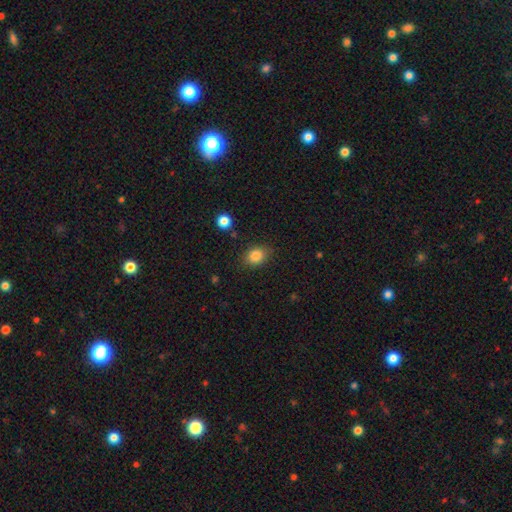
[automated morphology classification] Smooth or featured? smooth (84%)
How rounded? in between (60%)
Merging? none (82%)